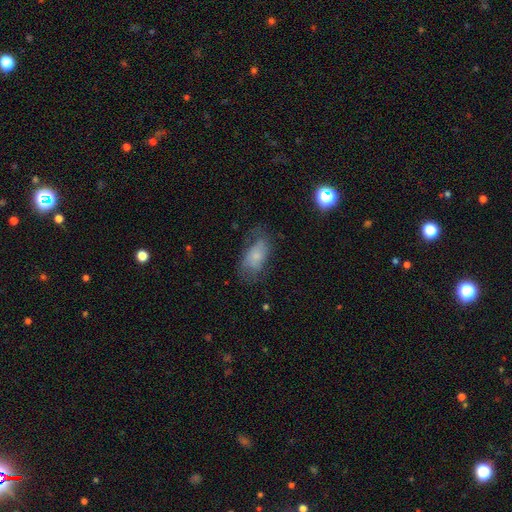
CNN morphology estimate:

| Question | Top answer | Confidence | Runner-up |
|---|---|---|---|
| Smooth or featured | smooth | 64% | featured or disk (27%) |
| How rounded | in between | 90% | round (6%) |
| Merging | none | 52% | minor disturbance (27%) |